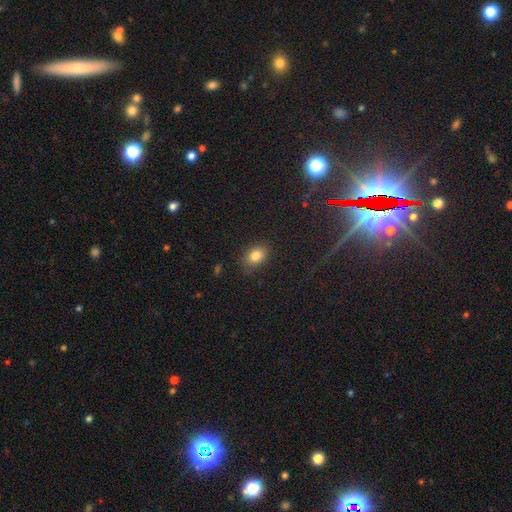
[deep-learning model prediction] Smooth or featured? Predicted: smooth (p=0.81). How rounded? Predicted: in between (p=0.70). Merging? Predicted: none (p=0.82).